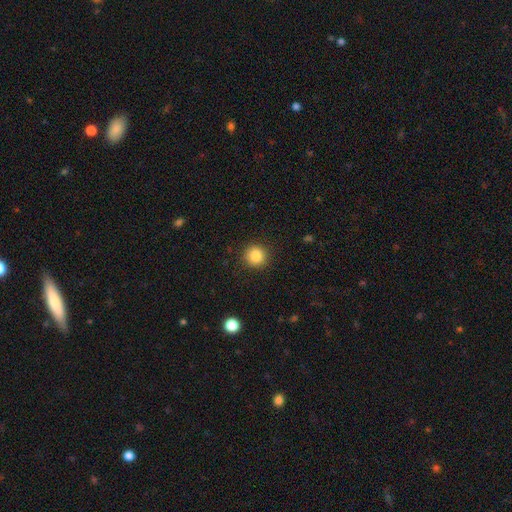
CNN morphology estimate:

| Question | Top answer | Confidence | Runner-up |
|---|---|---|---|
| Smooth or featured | smooth | 86% | star or artifact (10%) |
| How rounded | round | 93% | in between (6%) |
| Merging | none | 90% | minor disturbance (6%) |